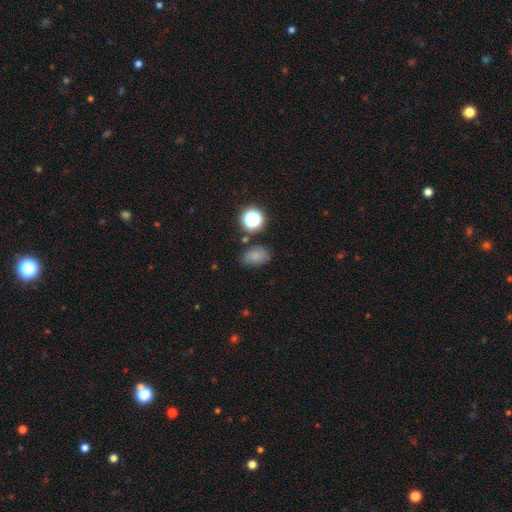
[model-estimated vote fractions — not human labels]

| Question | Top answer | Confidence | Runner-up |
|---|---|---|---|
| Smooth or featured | smooth | 76% | star or artifact (16%) |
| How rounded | in between | 78% | round (21%) |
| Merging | none | 72% | minor disturbance (18%) |